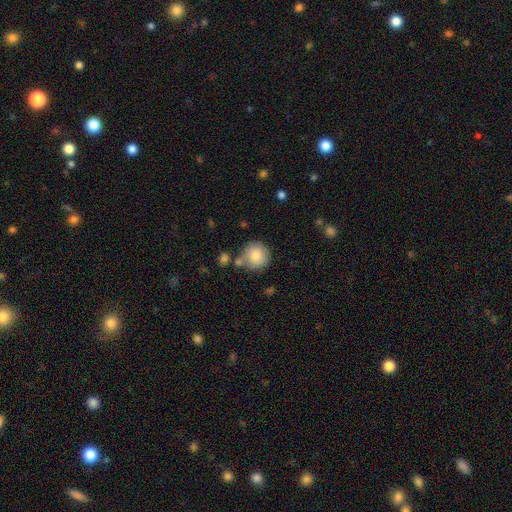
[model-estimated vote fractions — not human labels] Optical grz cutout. It shows a smooth galaxy with no disk features (86%) that is round (93%). Merging: none (71%).